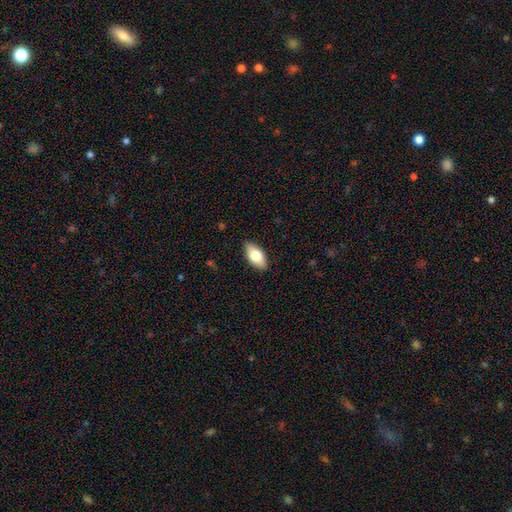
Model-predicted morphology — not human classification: Q: Smooth or featured?
A: smooth (75%); runner-up: featured or disk (19%)
Q: How rounded?
A: in between (91%); runner-up: cigar-shaped (6%)
Q: Merging?
A: none (87%); runner-up: minor disturbance (10%)